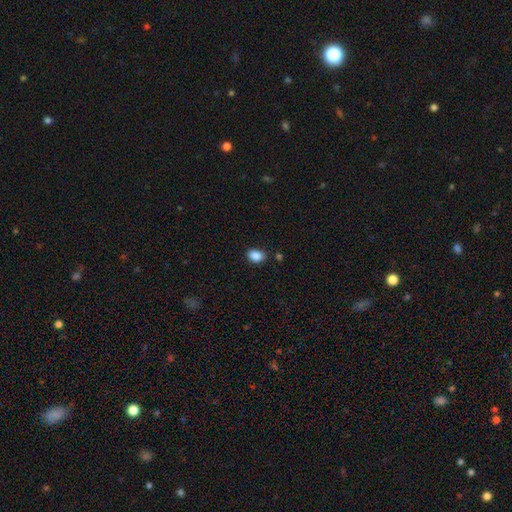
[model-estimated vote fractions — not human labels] A smooth galaxy with no disk features (87%) that is in between round and cigar-shaped (76%). Merging: none (84%).